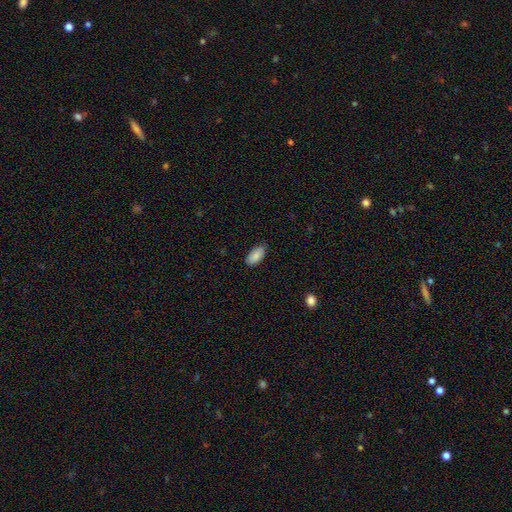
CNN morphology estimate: Smooth or featured? Predicted: smooth (p=0.87). How rounded? Predicted: in between (p=0.92). Merging? Predicted: none (p=0.79).